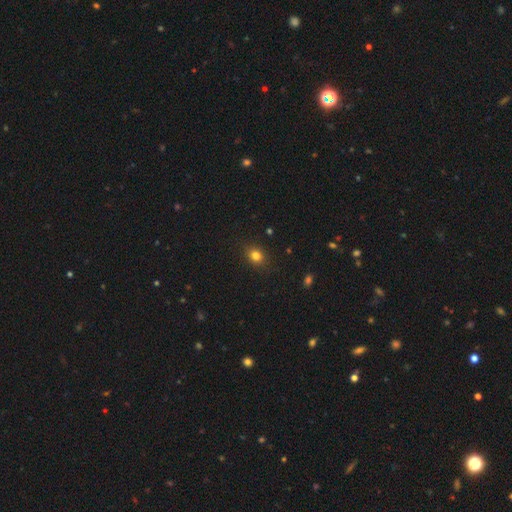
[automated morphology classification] Smooth or featured: smooth — 80% (star or artifact — 13%)
How rounded: round — 59% (in between — 40%)
Merging: none — 88% (minor disturbance — 9%)